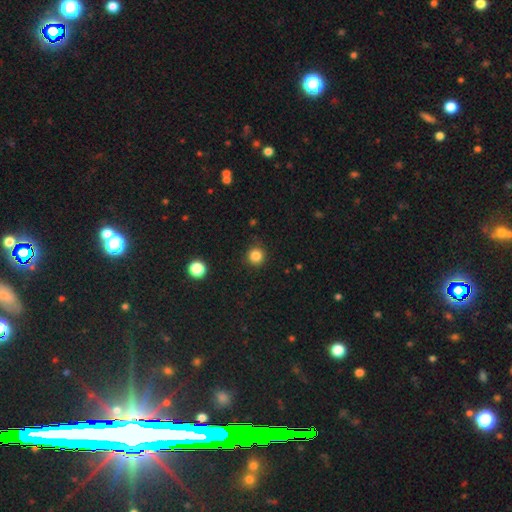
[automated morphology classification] The model was most divided on "smooth or featured": smooth: 84%, star or artifact: 12%, featured or disk: 4%. More confident: how rounded — round (94%); merging — none (90%).